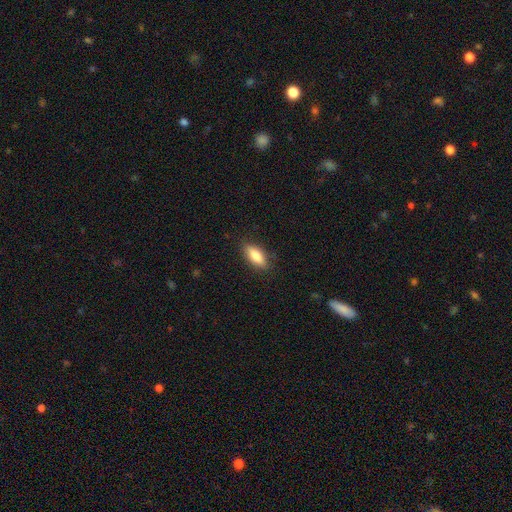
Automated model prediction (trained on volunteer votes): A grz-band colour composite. It shows a smooth galaxy with no disk features (78%) that is in between round and cigar-shaped (73%). Merging: none (85%).